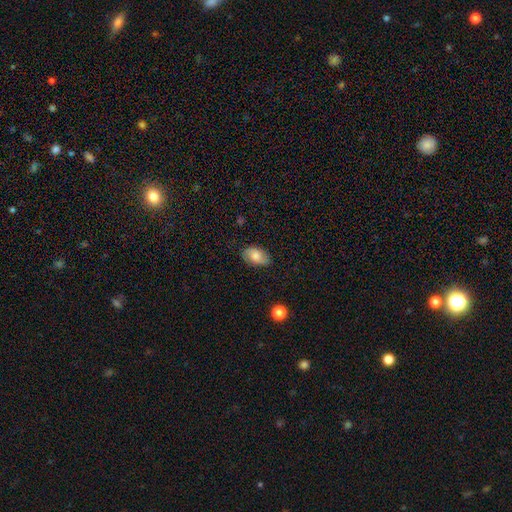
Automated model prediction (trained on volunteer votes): smooth 70%, featured or disk 22%, star or artifact 8%. Down the decision tree: how rounded — in between (91%); merging — none (79%).